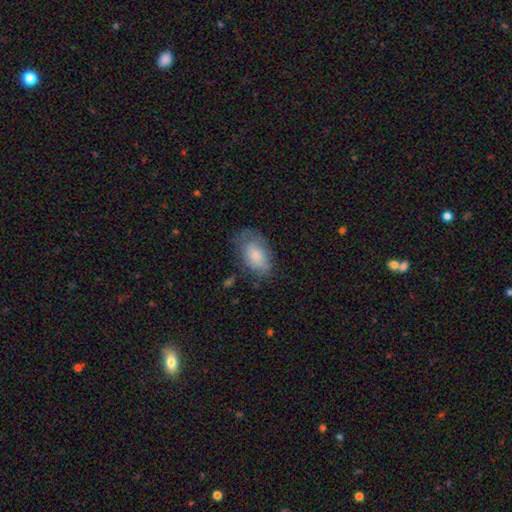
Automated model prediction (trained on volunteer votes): smooth-or-featured: smooth: 74% | featured or disk: 19% | star or artifact: 7%
  how-rounded: in between: 91% | round: 8% | cigar-shaped: 2%
  merging: none: 58% | minor disturbance: 28% | major disturbance: 12% | merger: 2%